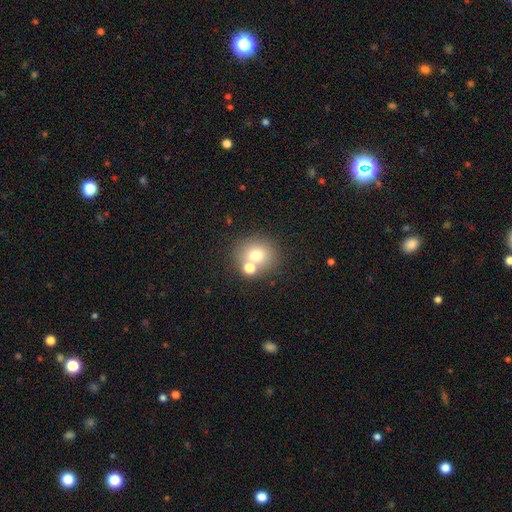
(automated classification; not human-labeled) smooth_or_featured: smooth (p=0.71) [alt: featured or disk p=0.15]
how_rounded: round (p=0.82) [alt: in between p=0.17]
merging: none (p=0.62) [alt: merger p=0.26]